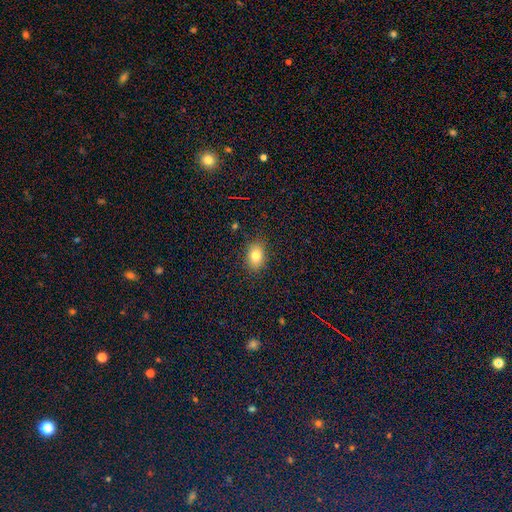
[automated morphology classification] smooth_or_featured: smooth (p=0.79) [alt: star or artifact p=0.12]
how_rounded: in between (p=0.70) [alt: round p=0.28]
merging: none (p=0.87) [alt: minor disturbance p=0.10]